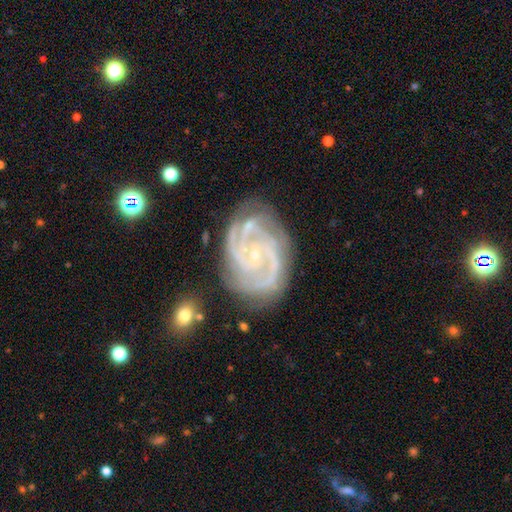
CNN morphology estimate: Smooth or featured? Predicted: featured or disk (p=0.91). Edge-on disk? Predicted: no (p=0.98). Bar? Predicted: no (p=0.66). Spiral arms? Predicted: yes (p=0.98). Spiral winding? Predicted: tight (p=0.64). Spiral arm count? Predicted: 3 (p=0.35). Bulge size? Predicted: small (p=0.86). Merging? Predicted: none (p=0.75).